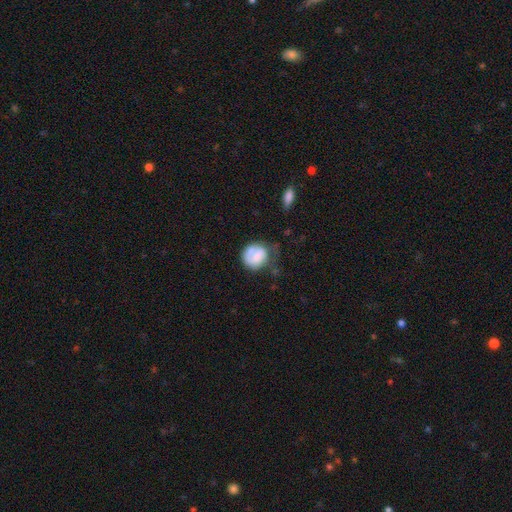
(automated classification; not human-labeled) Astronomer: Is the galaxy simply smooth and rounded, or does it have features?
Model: smooth — 58% (runner-up: featured or disk, 35%).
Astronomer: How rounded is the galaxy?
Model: round — 68%.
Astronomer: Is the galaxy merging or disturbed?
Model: none — 40% (runner-up: minor disturbance, 28%).